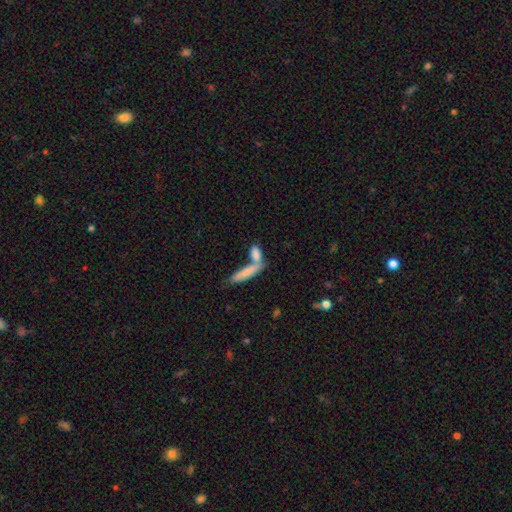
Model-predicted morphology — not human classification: This is likely a smooth galaxy (66%). How rounded: likely cigar-shaped (73%). Merging: possibly none (48%).